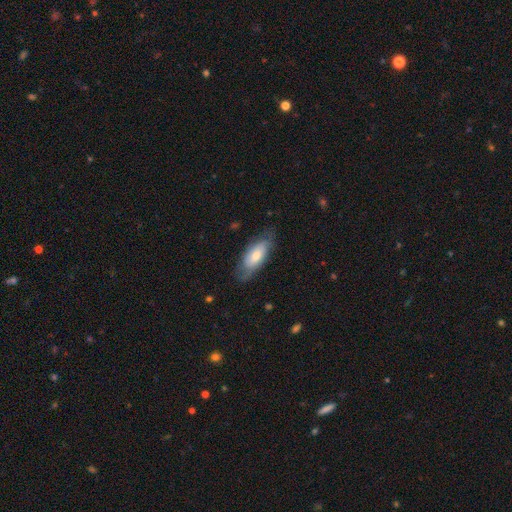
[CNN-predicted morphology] Smooth or featured? smooth (62%)
How rounded? in between (79%)
Merging? none (70%)